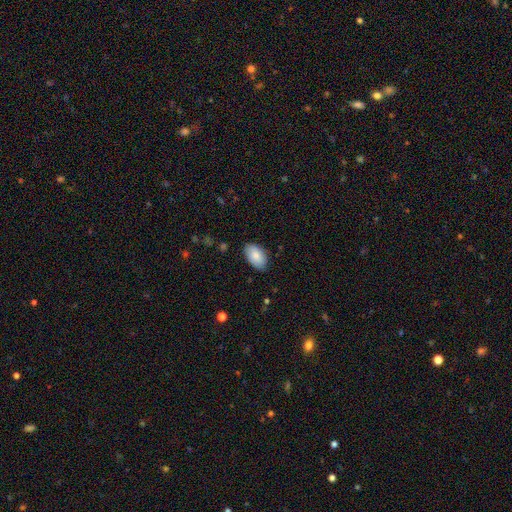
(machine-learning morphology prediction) Smooth or featured? Predicted: smooth (p=0.87). How rounded? Predicted: in between (p=0.94). Merging? Predicted: none (p=0.83).